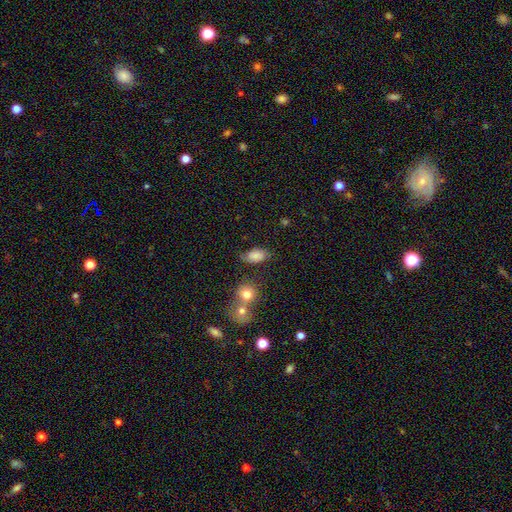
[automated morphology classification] A smooth galaxy with no disk features (72%) that is in between round and cigar-shaped (89%).

Vote fractions:
- Smooth or featured? smooth: 72% / featured or disk: 18% / star or artifact: 11%
- How rounded? in between: 89% / round: 9% / cigar-shaped: 2%
- Merging? none: 58% / minor disturbance: 25% / major disturbance: 9% / merger: 7%